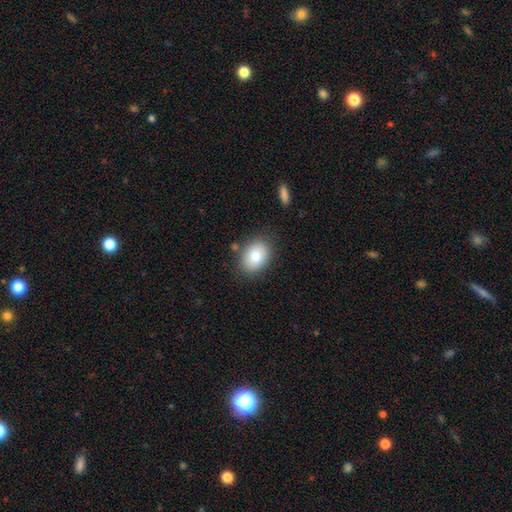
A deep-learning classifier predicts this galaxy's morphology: A smooth galaxy with no disk features (80%) that is in between round and cigar-shaped (72%). Merging: none (83%).